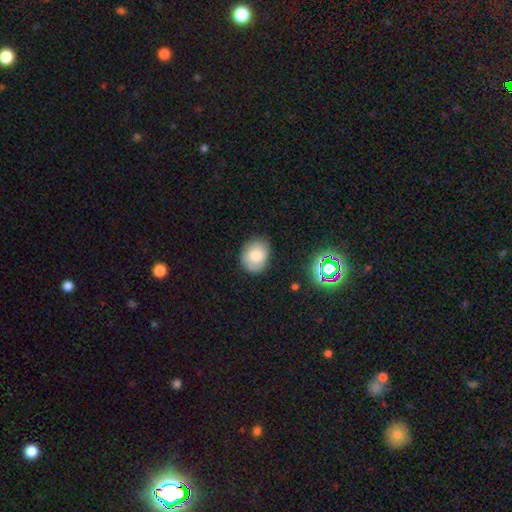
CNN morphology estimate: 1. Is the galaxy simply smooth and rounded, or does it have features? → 74% smooth, 16% featured or disk, 10% star or artifact.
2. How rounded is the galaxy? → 50% in between, 49% round, 1% cigar-shaped.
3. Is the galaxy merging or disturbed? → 80% none, 15% minor disturbance, 3% major disturbance, 2% merger.